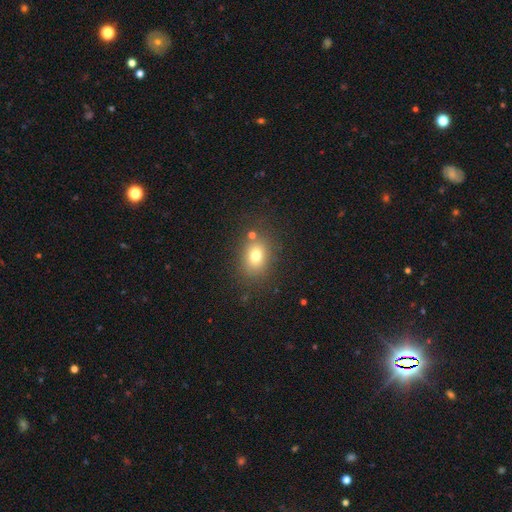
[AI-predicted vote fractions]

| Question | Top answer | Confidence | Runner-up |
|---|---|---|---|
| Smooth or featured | smooth | 74% | star or artifact (14%) |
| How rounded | in between | 54% | round (45%) |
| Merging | none | 77% | minor disturbance (12%) |